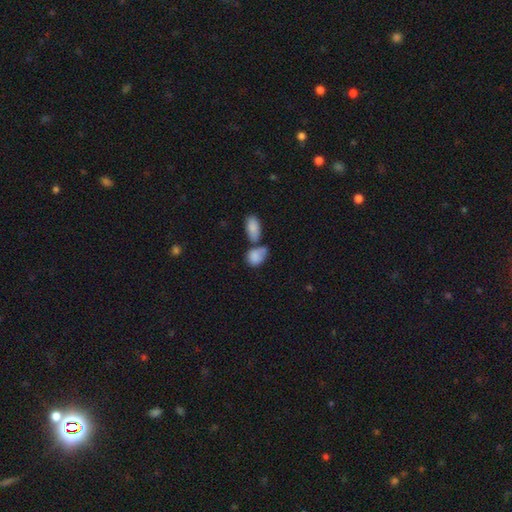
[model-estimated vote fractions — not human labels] smooth_or_featured: smooth (p=0.84) [alt: featured or disk p=0.09]
how_rounded: in between (p=0.78) [alt: round p=0.20]
merging: merger (p=0.50) [alt: none p=0.29]